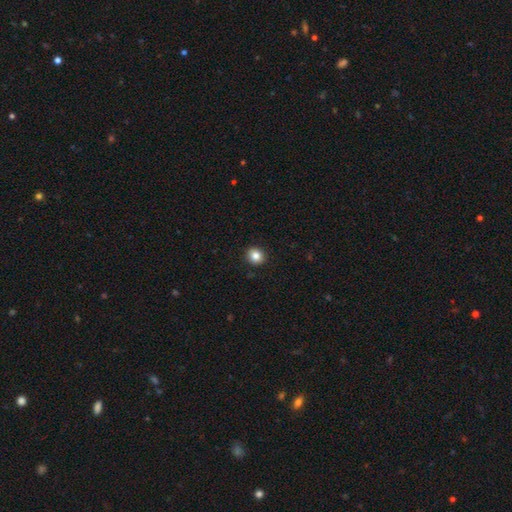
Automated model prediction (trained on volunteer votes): A smooth galaxy with no disk features (84%) that is round (84%).

Vote fractions:
- Smooth or featured? smooth: 84% / star or artifact: 10% / featured or disk: 6%
- How rounded? round: 84% / in between: 15% / cigar-shaped: 1%
- Merging? none: 92% / minor disturbance: 5% / major disturbance: 2% / merger: 1%